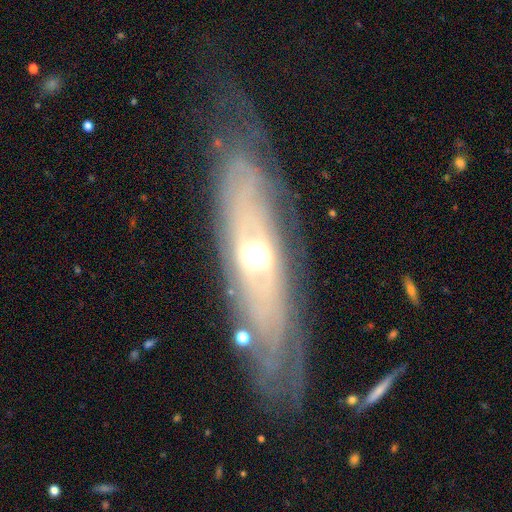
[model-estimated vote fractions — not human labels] Overall: featured or disk (71%). Edge-on disk: no (64%; yes 36%). Merging: none (79%).